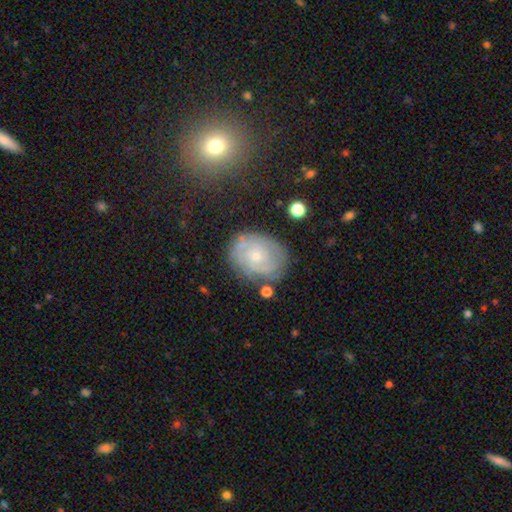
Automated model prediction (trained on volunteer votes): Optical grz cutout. It shows a featured or disk galaxy (70%) with no bar (79%), tight (67%) spiral arms (85%) and a small central bulge (71%). Merging: none (73%).